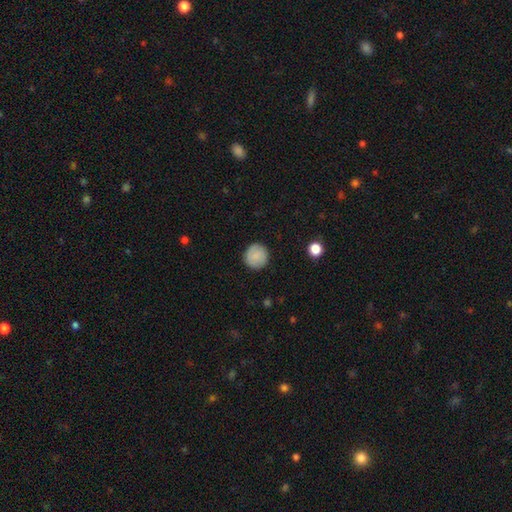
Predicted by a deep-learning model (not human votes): smooth_or_featured: smooth (p=0.87) [alt: star or artifact p=0.07]
how_rounded: round (p=0.94) [alt: in between p=0.05]
merging: none (p=0.90) [alt: minor disturbance p=0.07]